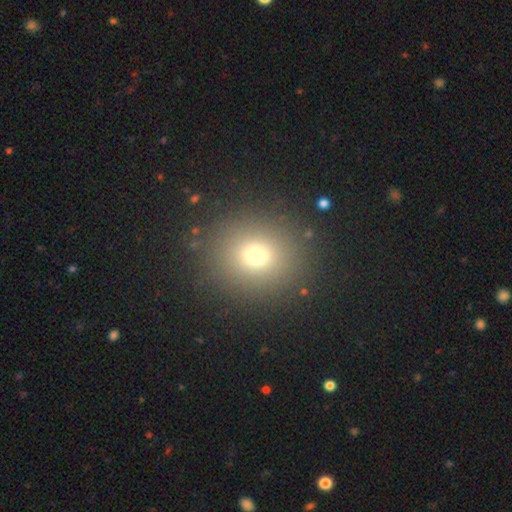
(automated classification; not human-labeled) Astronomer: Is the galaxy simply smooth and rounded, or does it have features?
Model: smooth — 71%.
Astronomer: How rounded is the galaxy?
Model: round — 83%.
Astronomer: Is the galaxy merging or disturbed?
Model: none — 88%.